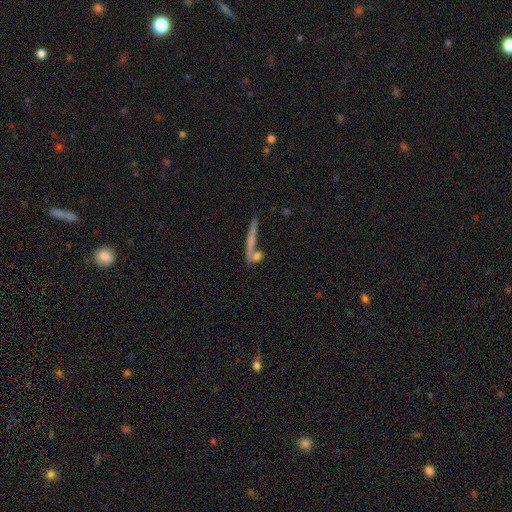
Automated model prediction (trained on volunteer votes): The model was most divided on "smooth or featured": smooth: 62%, featured or disk: 29%, star or artifact: 9%. More confident: how rounded — cigar-shaped (65%); merging — none (61%).